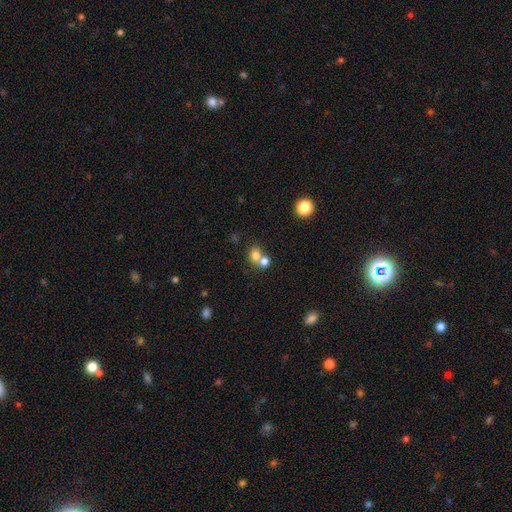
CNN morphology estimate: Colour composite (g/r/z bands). It shows a smooth galaxy with no disk features (76%) that is round (66%). Merging: merger (51%).